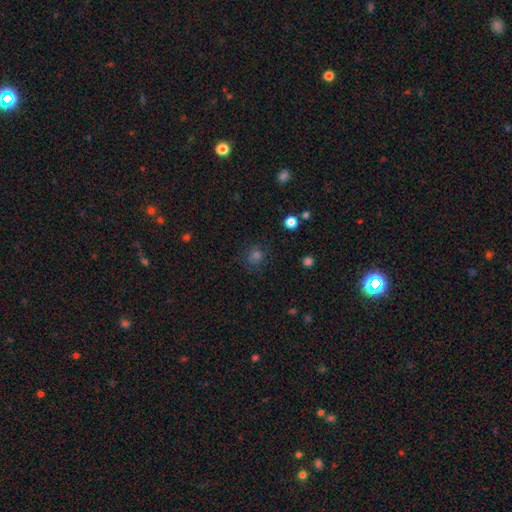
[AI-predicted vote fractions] smooth 65%, star or artifact 27%, featured or disk 8%. Down the decision tree: how rounded — round (84%); merging — none (80%).